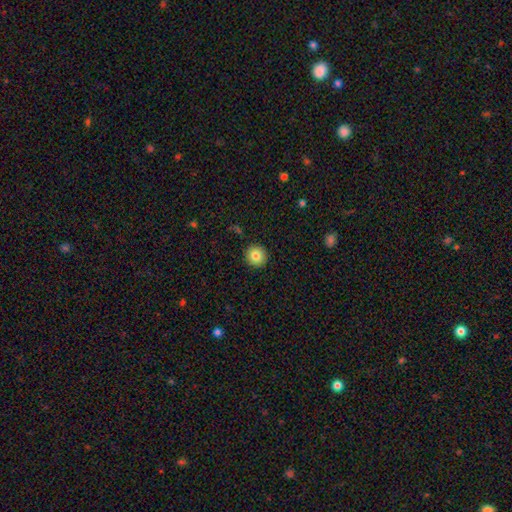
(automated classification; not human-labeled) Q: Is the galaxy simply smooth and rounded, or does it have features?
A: smooth — 83%.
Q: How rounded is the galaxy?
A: round — 94%.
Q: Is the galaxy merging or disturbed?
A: none — 92%.